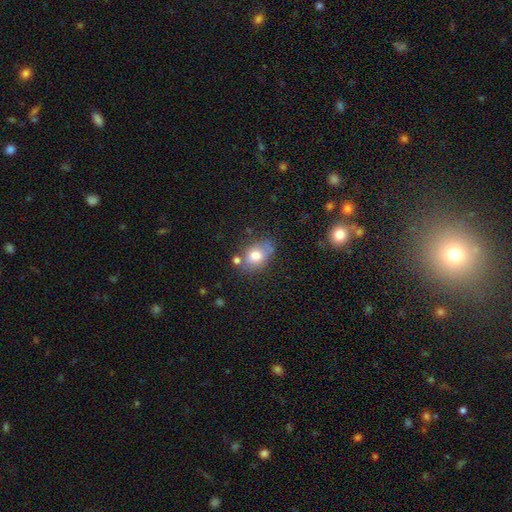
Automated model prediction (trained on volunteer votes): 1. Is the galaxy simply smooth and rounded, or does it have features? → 72% smooth, 18% featured or disk, 10% star or artifact.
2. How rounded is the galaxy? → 75% in between, 24% round, 2% cigar-shaped.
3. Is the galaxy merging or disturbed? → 60% none, 21% minor disturbance, 13% merger, 6% major disturbance.